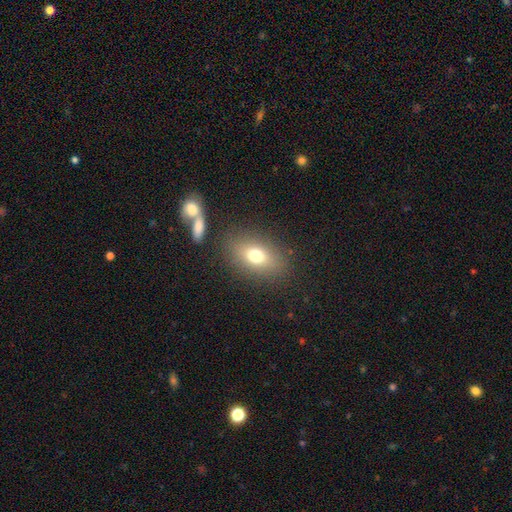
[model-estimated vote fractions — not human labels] The model was most divided on "smooth or featured": smooth: 72%, featured or disk: 16%, star or artifact: 12%. More confident: merging — none (81%); how rounded — in between (77%).